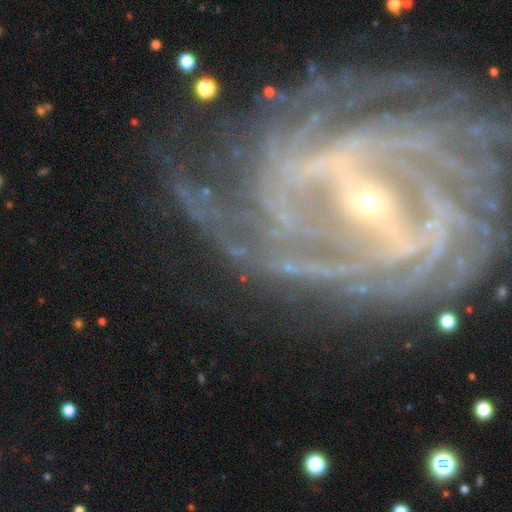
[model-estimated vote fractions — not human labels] Smooth or featured? featured or disk (91%)
Edge-on disk? no (97%)
Bar? strong (58%)
Spiral arms? yes (98%)
Spiral winding? tight (64%)
Spiral arm count? 4 (23%)
Bulge size? small (86%)
Merging? none (69%)